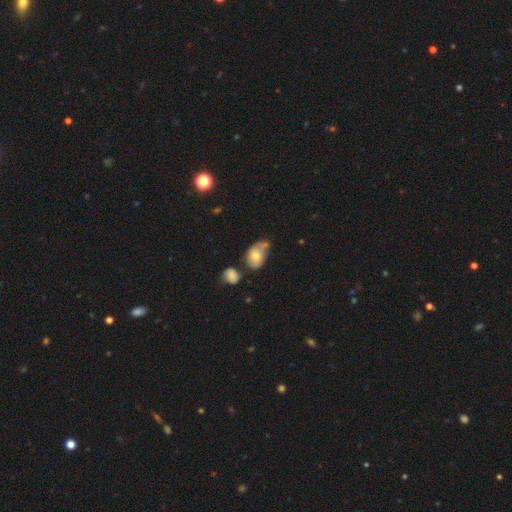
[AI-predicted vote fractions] Smooth or featured? Predicted: smooth (p=0.66). How rounded? Predicted: in between (p=0.77). Merging? Predicted: minor disturbance (p=0.33).